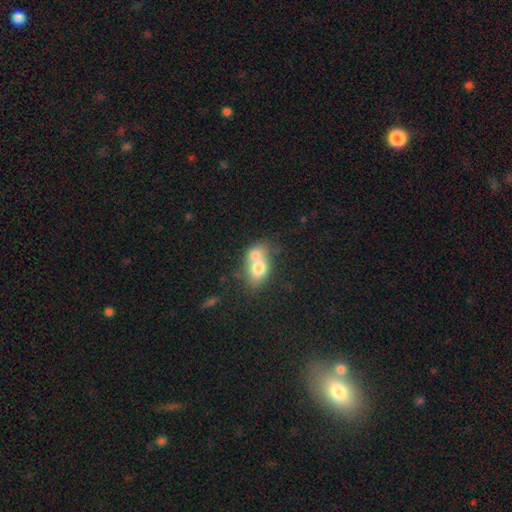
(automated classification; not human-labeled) smooth-or-featured: smooth: 70% | featured or disk: 22% | star or artifact: 9%
  how-rounded: in between: 69% | round: 28% | cigar-shaped: 2%
  merging: merger: 66% | none: 22% | minor disturbance: 8% | major disturbance: 4%